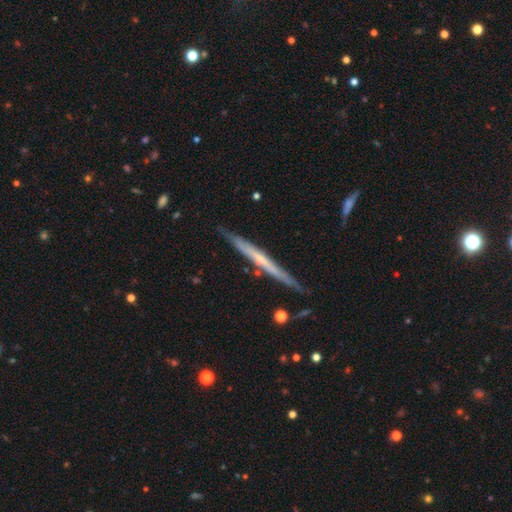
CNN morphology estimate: type=featured or disk (72%); edge-on=yes (97%); edge-on bulge=none (58%); merging=none (87%).